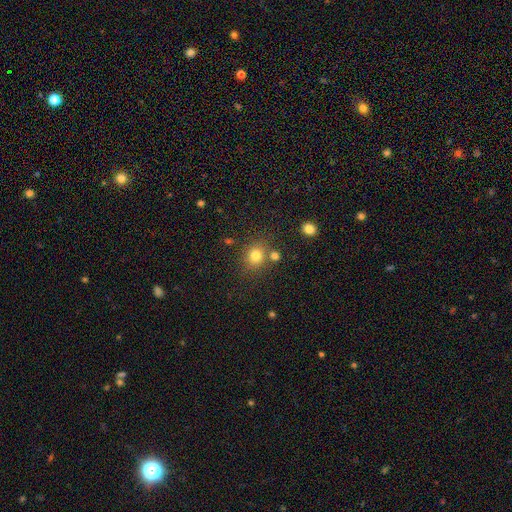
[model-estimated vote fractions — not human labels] Smooth or featured: smooth — 79% (star or artifact — 14%)
How rounded: round — 77% (in between — 22%)
Merging: none — 72% (merger — 13%)